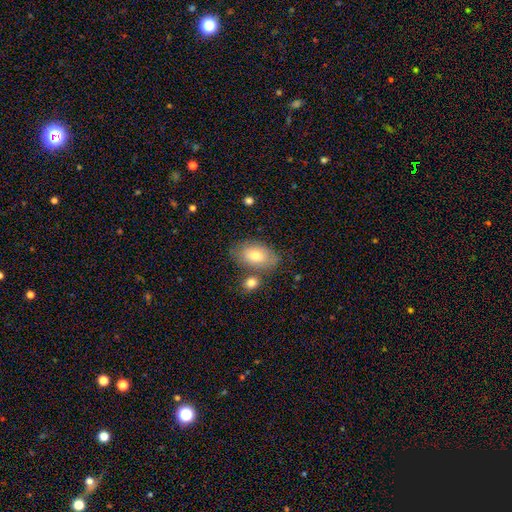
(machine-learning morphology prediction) This appears to be a smooth galaxy with no disk features (75%) that is in between round and cigar-shaped (91%). Merging: none (66%).